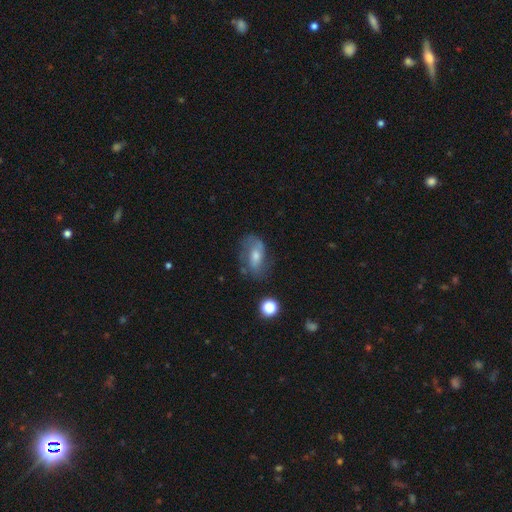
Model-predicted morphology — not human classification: smooth_or_featured: featured or disk (p=0.60) [alt: smooth p=0.29]
disk_edge_on: no (p=0.93) [alt: yes p=0.07]
bar: no (p=0.41) [tied with: weak p=0.41]
has_spiral_arms: yes (p=0.81) [alt: no p=0.19]
bulge_size: moderate (p=0.53) [alt: small p=0.34]
merging: none (p=0.62) [alt: minor disturbance p=0.22]